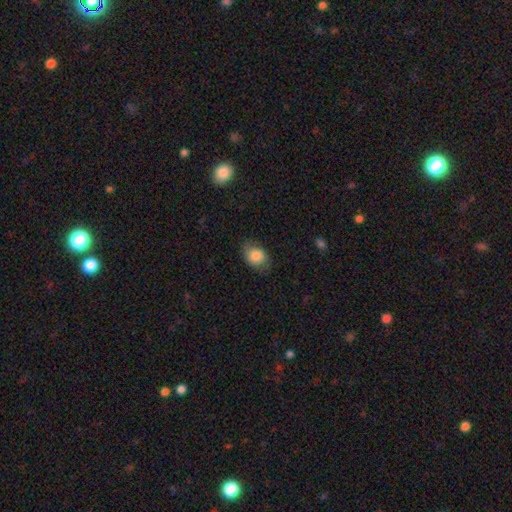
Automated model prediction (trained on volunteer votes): A smooth galaxy with no disk features (83%) that is in between round and cigar-shaped (70%). Merging: none (76%).